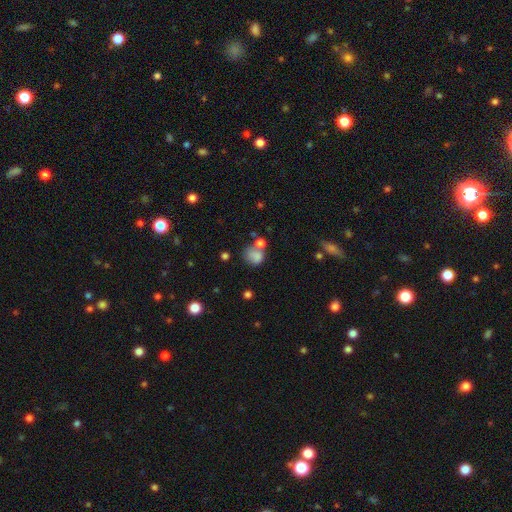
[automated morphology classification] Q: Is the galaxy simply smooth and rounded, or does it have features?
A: smooth — 76%.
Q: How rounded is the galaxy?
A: round — 65%.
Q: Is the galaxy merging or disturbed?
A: none — 37%.